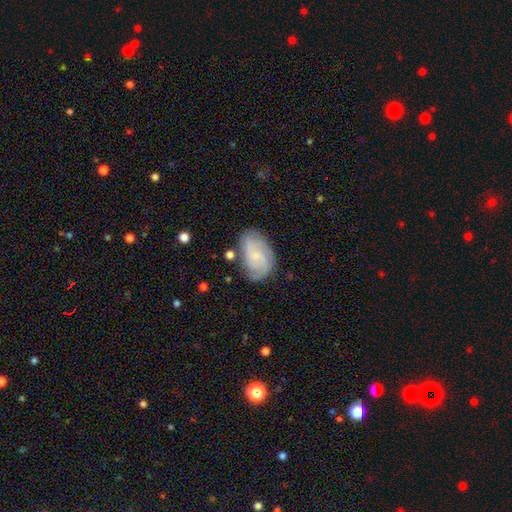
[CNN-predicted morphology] This is likely a featured or disk galaxy (64%). It is clearly not viewed edge-on (97%). Bar: possibly no (59%). Spiral arm pattern: clearly yes (92%). Spiral arm count: marginally 2 (34%). Spiral winding: marginally medium (42%). Central bulge: likely small (62%). Merging: likely none (71%).